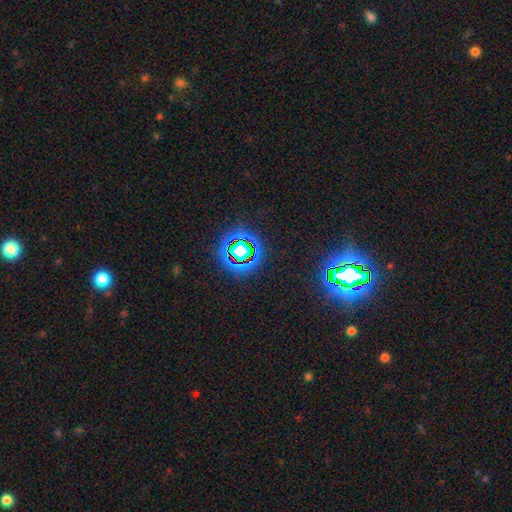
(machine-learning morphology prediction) This is likely a star or artifact rather than a galaxy (79%).